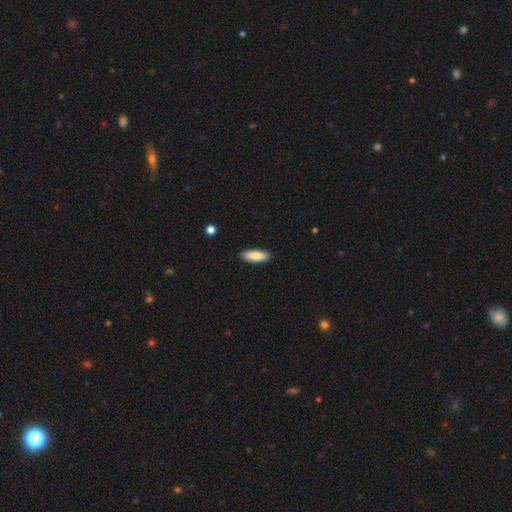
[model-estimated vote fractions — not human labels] smooth-or-featured: smooth: 86% | featured or disk: 9% | star or artifact: 6%
  how-rounded: in between: 59% | cigar-shaped: 39% | round: 2%
  merging: none: 90% | minor disturbance: 7% | major disturbance: 2% | merger: 1%